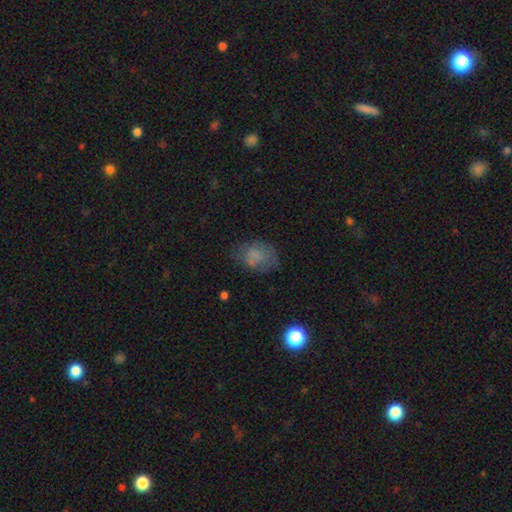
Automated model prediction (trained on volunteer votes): The model was most divided on "merging": none: 54%, minor disturbance: 26%, major disturbance: 14%, merger: 6%. More confident: how rounded — in between (71%); smooth or featured — smooth (69%).